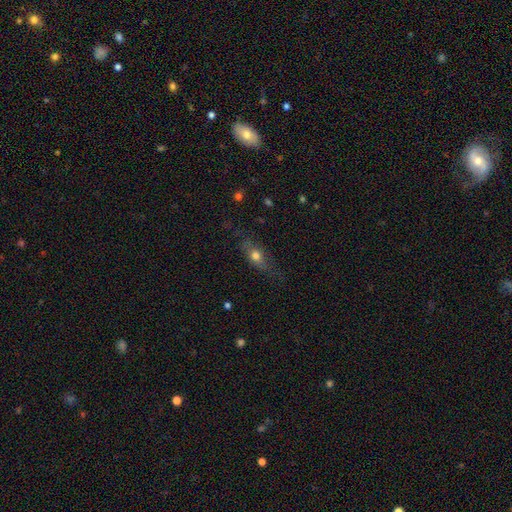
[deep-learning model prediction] This is likely a smooth galaxy (61%). How rounded: possibly in between (59%). Merging: likely none (68%).